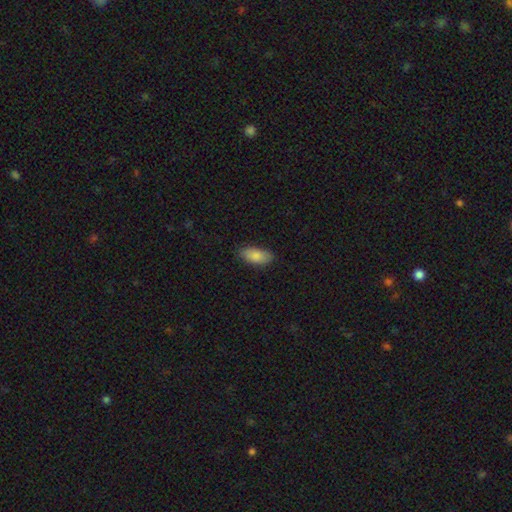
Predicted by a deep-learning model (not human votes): This is clearly a smooth galaxy (86%). How rounded: clearly in between (90%). Merging: clearly none (85%).